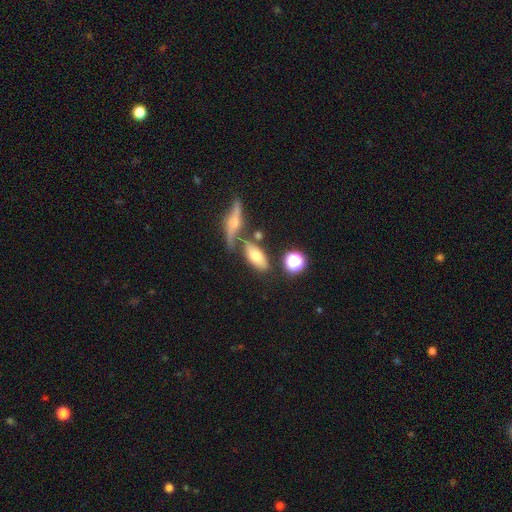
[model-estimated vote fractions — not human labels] Smooth or featured: smooth — 64% (featured or disk — 26%)
How rounded: in between — 82% (cigar-shaped — 13%)
Merging: none — 57% (merger — 22%)